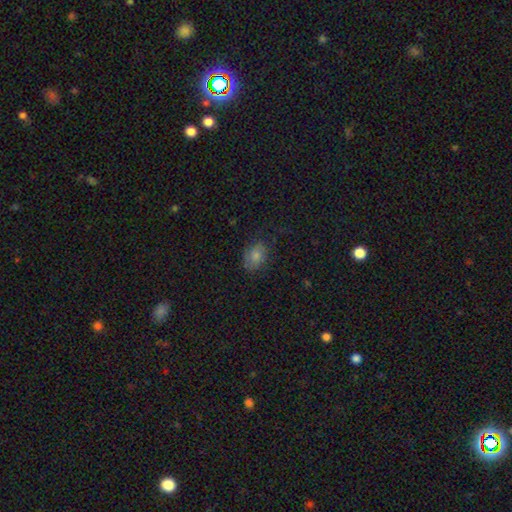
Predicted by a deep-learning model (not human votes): Morphology: type=smooth (78%); roundness=in between (78%); merging=none (69%).